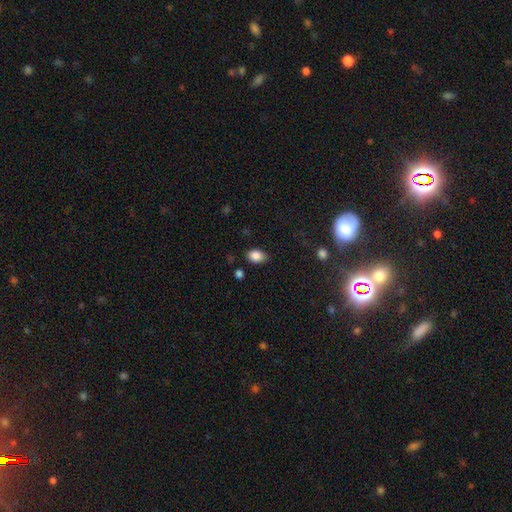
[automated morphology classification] This appears to be a smooth galaxy with no disk features (86%) that is in between round and cigar-shaped (82%). Merging: none (79%).